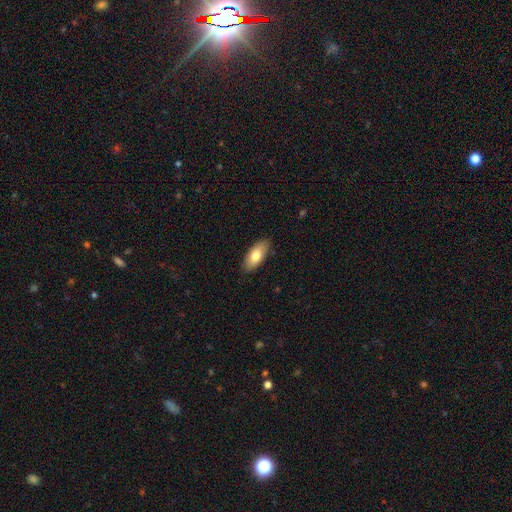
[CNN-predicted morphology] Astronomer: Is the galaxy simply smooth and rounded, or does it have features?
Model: smooth — 76%.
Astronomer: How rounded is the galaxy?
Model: in between — 86%.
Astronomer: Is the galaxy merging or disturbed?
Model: none — 86%.